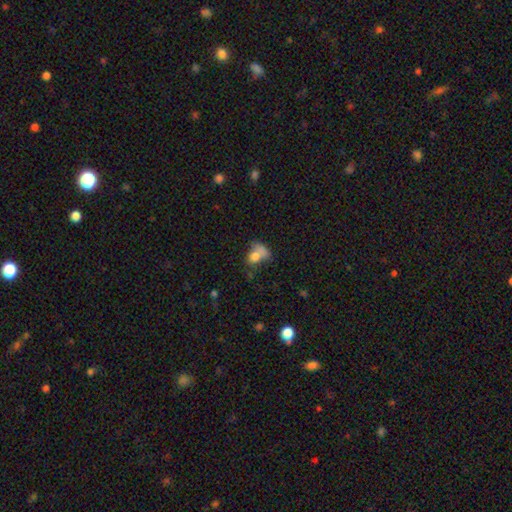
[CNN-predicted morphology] smooth_or_featured: smooth (p=0.73) [alt: featured or disk p=0.16]
how_rounded: in between (p=0.62) [alt: round p=0.36]
merging: merger (p=0.43) [alt: none p=0.25]